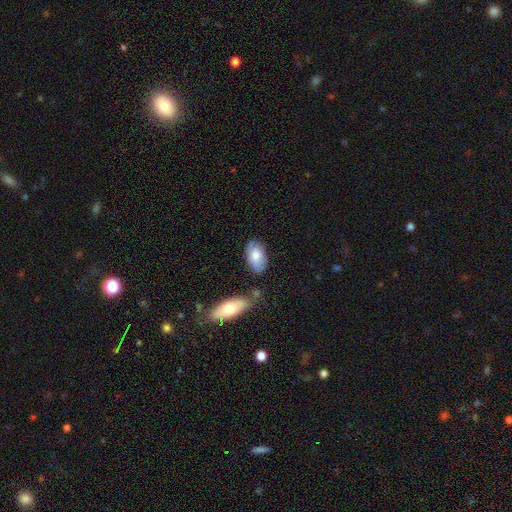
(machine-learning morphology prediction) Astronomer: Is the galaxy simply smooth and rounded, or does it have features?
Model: smooth — 75%.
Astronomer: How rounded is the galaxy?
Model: in between — 94%.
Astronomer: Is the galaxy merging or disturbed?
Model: none — 67%.